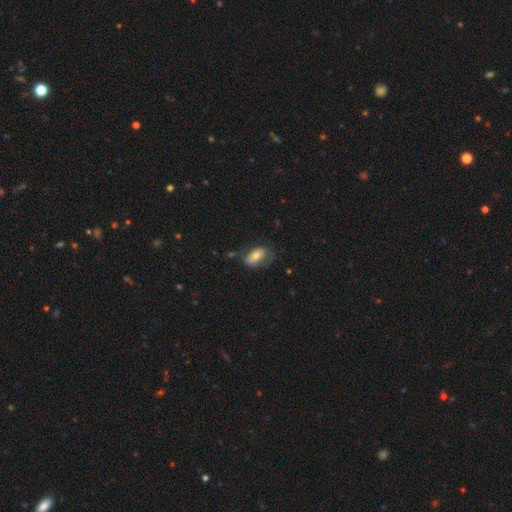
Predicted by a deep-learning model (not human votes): Morphology: type=smooth (59%); roundness=in between (89%); merging=none (51%).